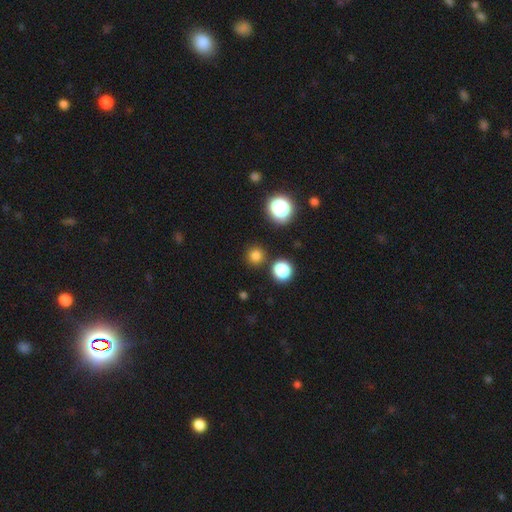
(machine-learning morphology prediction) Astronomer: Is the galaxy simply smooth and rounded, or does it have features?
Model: smooth — 77%.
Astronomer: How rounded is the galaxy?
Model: round — 94%.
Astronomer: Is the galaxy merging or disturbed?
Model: none — 86%.